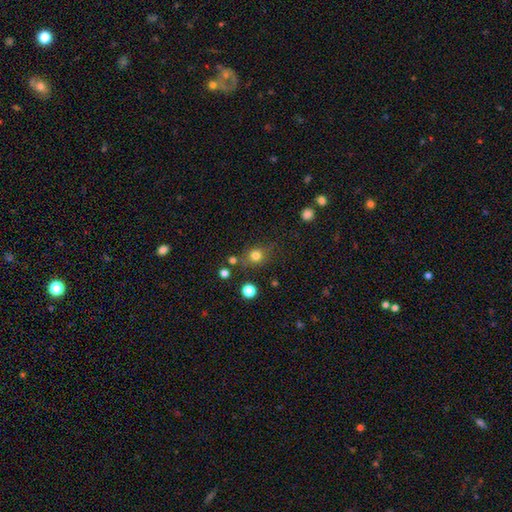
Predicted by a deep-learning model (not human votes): The model was most divided on "merging": none: 73%, minor disturbance: 15%, merger: 7%, major disturbance: 6%. More confident: how rounded — round (82%); smooth or featured — smooth (79%).